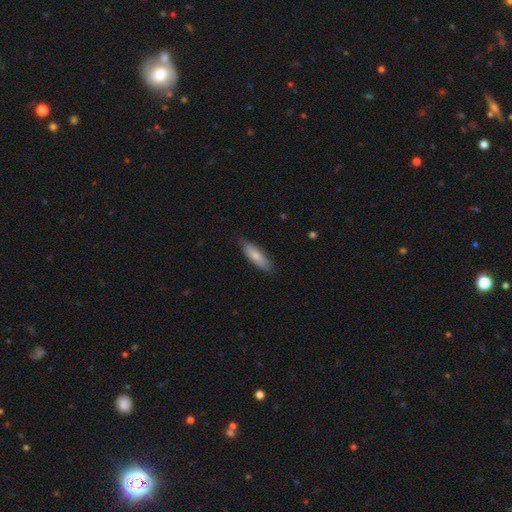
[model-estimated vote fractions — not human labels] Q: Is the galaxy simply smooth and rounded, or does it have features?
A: smooth — 74%.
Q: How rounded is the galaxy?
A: cigar-shaped — 50%.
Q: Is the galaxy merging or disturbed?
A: none — 80%.